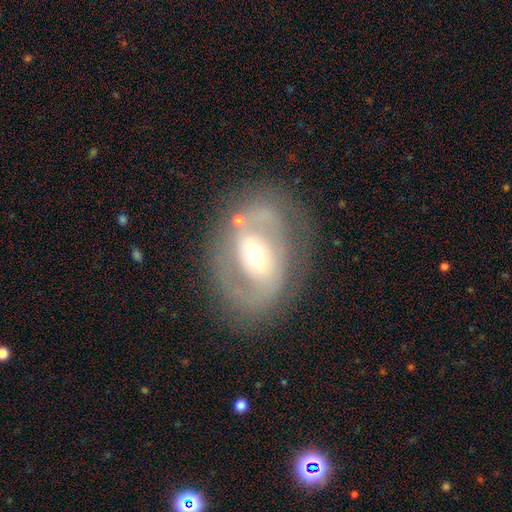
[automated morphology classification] Q: Smooth or featured?
A: featured or disk (68%); runner-up: smooth (24%)
Q: Edge-on disk?
A: no (94%); runner-up: yes (6%)
Q: Bar?
A: no (48%); runner-up: weak (32%)
Q: Spiral arms?
A: yes (51%); runner-up: no (49%)
Q: Bulge size?
A: moderate (57%); runner-up: small (33%)
Q: Merging?
A: none (67%); runner-up: minor disturbance (17%)